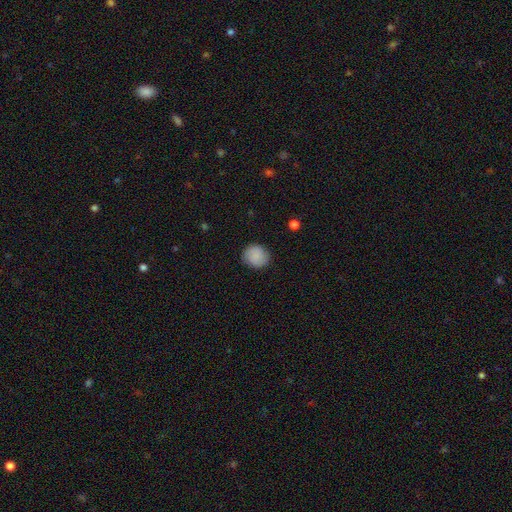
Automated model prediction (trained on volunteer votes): Morphology: type=smooth (86%); roundness=round (83%); merging=none (85%).